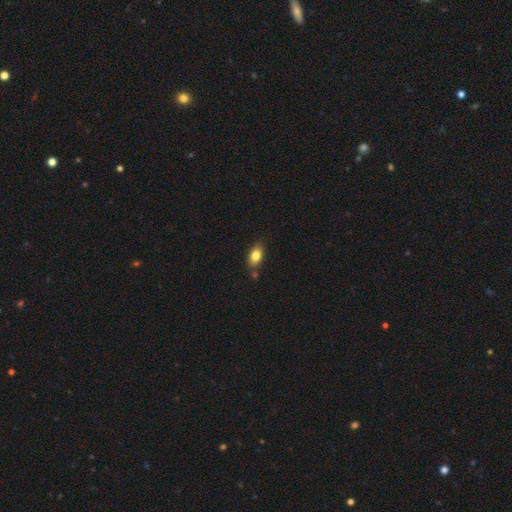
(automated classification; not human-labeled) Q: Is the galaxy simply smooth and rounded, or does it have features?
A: smooth — 82%.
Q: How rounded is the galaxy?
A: in between — 85%.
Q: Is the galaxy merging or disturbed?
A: none — 74%.